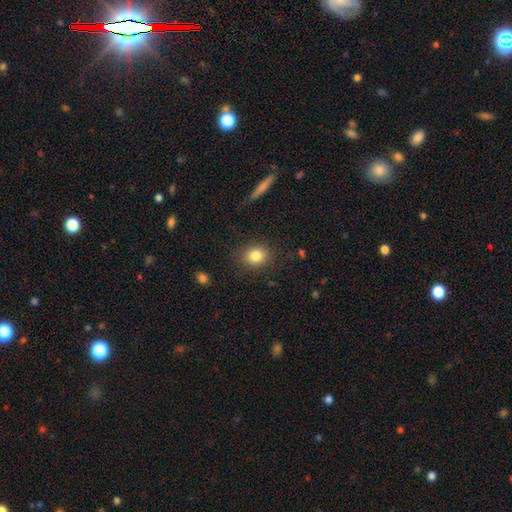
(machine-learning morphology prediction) A smooth galaxy with no disk features (82%) that is round (68%).

Vote fractions:
- Smooth or featured? smooth: 82% / star or artifact: 10% / featured or disk: 7%
- How rounded? round: 68% / in between: 31% / cigar-shaped: 1%
- Merging? none: 86% / minor disturbance: 9% / major disturbance: 3% / merger: 1%